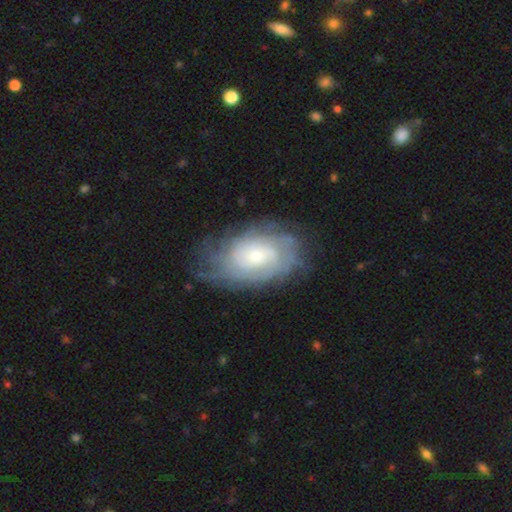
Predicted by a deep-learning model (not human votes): The model was most divided on "bulge size": small: 57%, moderate: 36%, large: 4%, none: 2%, dominant: 1%. More confident: edge-on disk — no (96%); spiral arms — yes (92%); smooth or featured — featured or disk (77%); spiral winding — tight (72%); bar — no (70%); merging — none (69%); spiral arm count — can't tell (53%).